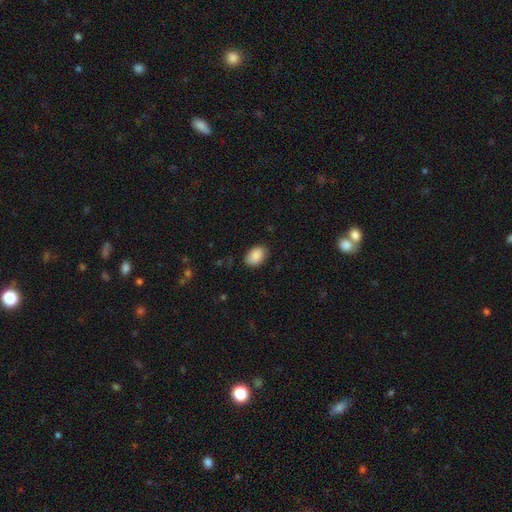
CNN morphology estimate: smooth 89%, star or artifact 7%, featured or disk 4%. Down the decision tree: how rounded — in between (85%); merging — none (83%).